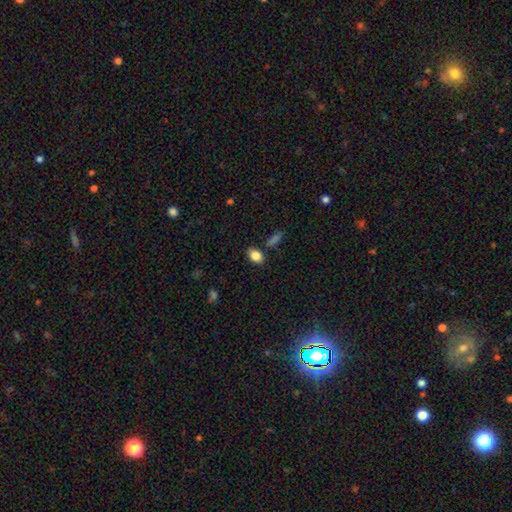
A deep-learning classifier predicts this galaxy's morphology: Overall: smooth (86%). How rounded: in between (82%). Merging: none (82%).